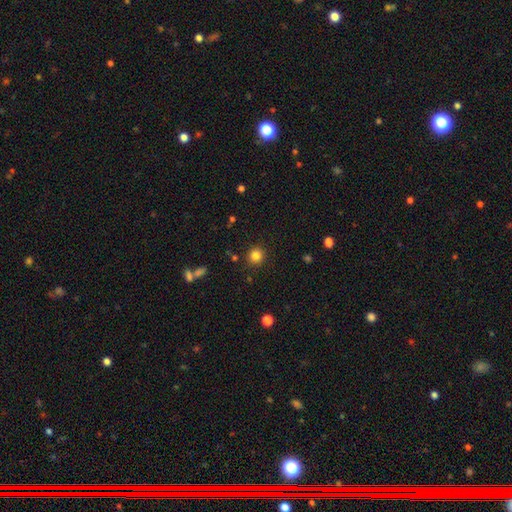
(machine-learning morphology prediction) smooth_or_featured: smooth (p=0.82) [alt: star or artifact p=0.12]
how_rounded: round (p=0.91) [alt: in between p=0.08]
merging: none (p=0.89) [alt: minor disturbance p=0.06]